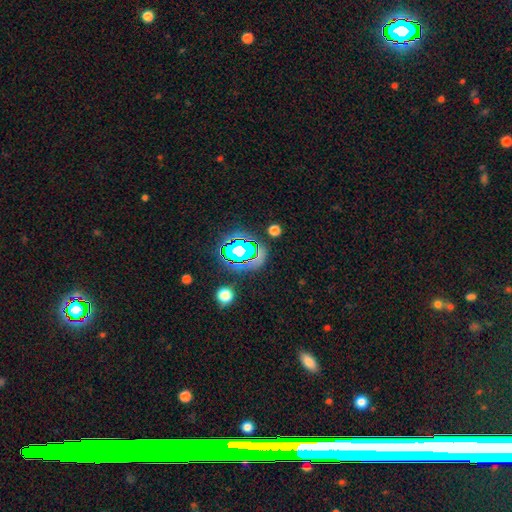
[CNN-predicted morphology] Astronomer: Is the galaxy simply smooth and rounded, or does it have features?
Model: star or artifact — 56%.